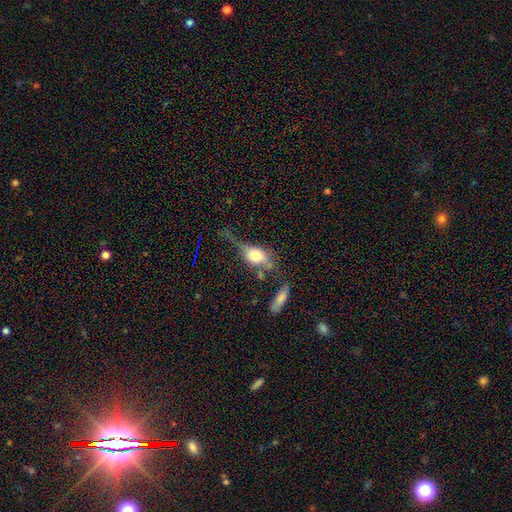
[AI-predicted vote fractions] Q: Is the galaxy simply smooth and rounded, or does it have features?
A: smooth — 56%.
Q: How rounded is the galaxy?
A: in between — 75%.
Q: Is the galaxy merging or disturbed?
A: none — 31%.